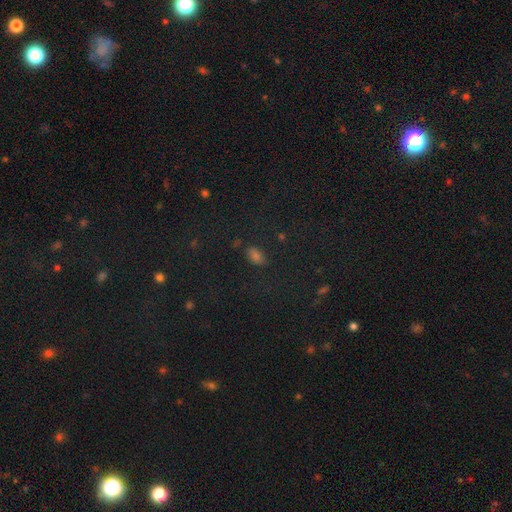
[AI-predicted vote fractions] A smooth galaxy with no disk features (68%) that is in between round and cigar-shaped (87%).

Vote fractions:
- Smooth or featured? smooth: 68% / star or artifact: 24% / featured or disk: 8%
- How rounded? in between: 87% / round: 11% / cigar-shaped: 2%
- Merging? none: 79% / minor disturbance: 14% / major disturbance: 5% / merger: 3%